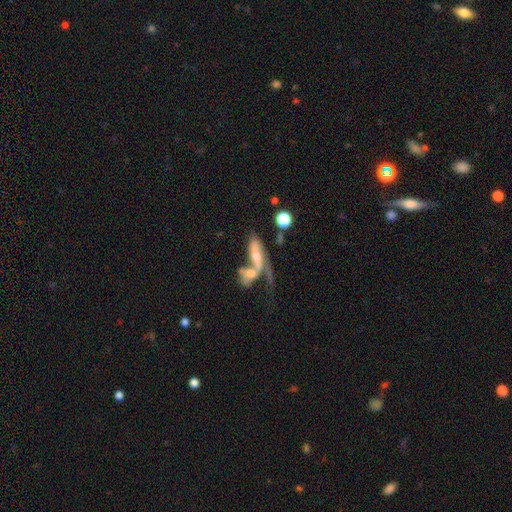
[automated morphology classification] smooth_or_featured: featured or disk (p=0.49) [alt: smooth p=0.42]
merging: merger (p=0.64) [alt: none p=0.15]